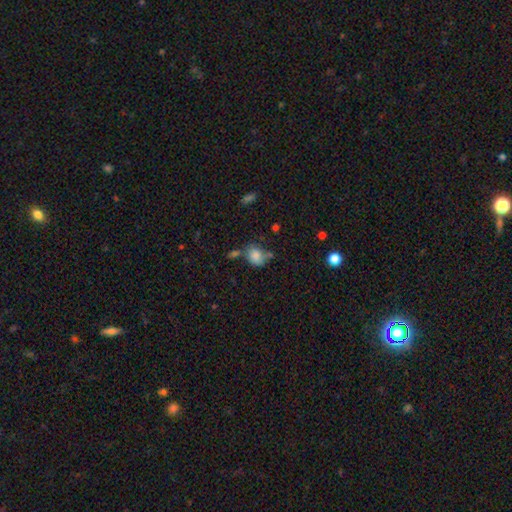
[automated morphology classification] Smooth or featured? smooth (80%)
How rounded? in between (58%)
Merging? none (47%)